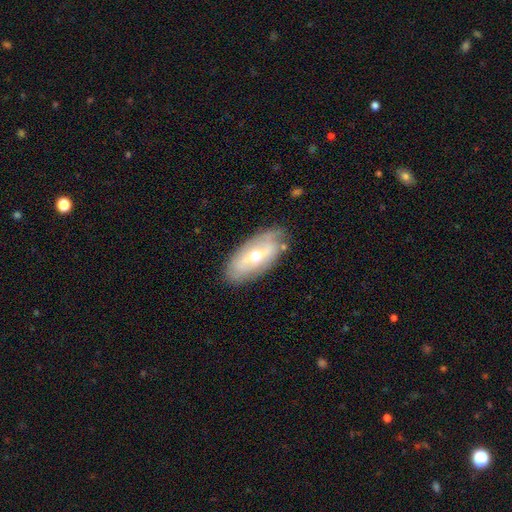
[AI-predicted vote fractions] Morphology: type=featured or disk (58%); edge-on=no (82%); merging=none (76%).